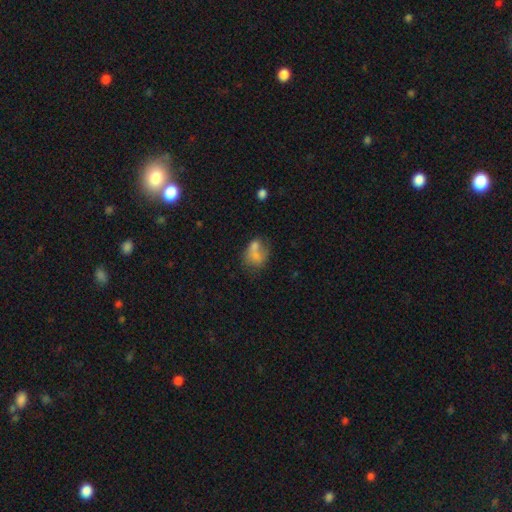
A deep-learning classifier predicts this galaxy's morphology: This appears to be a smooth galaxy with no disk features (61%) that is in between round and cigar-shaped (67%). Merging: merger (41%).